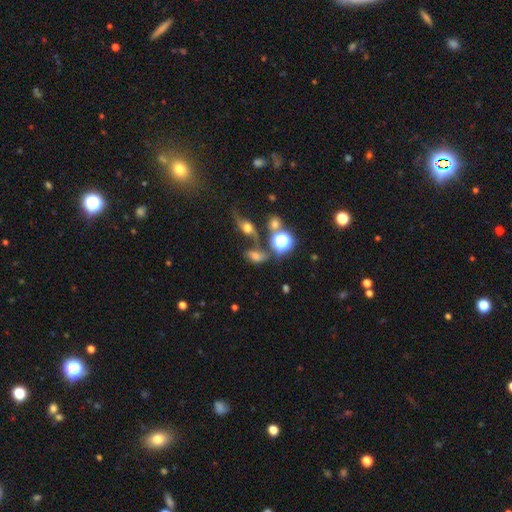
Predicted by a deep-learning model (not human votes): smooth_or_featured: smooth (p=0.41) [alt: featured or disk p=0.32]
merging: none (p=0.50) [alt: merger p=0.22]